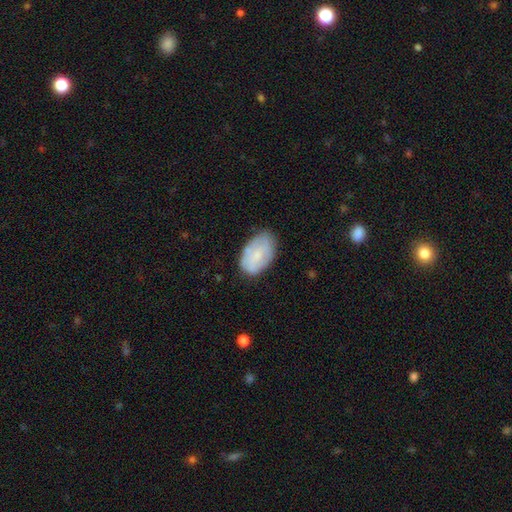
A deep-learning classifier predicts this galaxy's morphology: The model was most divided on "smooth or featured": smooth: 64%, featured or disk: 29%, star or artifact: 7%. More confident: how rounded — in between (91%); merging — none (68%).